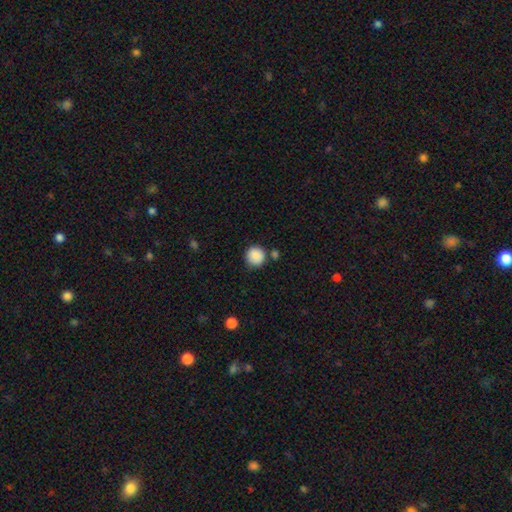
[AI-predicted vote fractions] Smooth or featured? smooth (89%)
How rounded? round (94%)
Merging? none (79%)